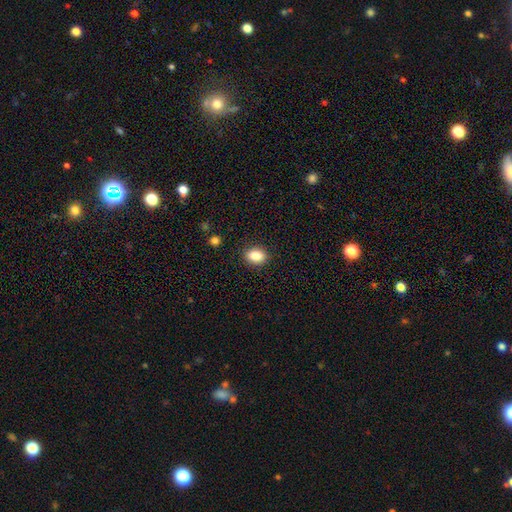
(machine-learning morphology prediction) A smooth galaxy with no disk features (86%) that is in between round and cigar-shaped (70%). Merging: none (89%).